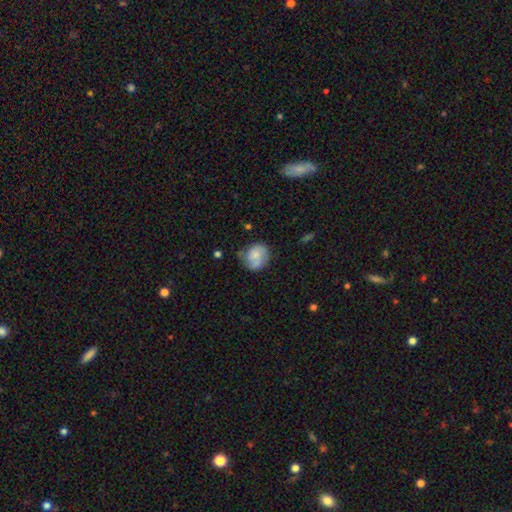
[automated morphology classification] Smooth or featured? Predicted: smooth (p=0.55). How rounded? Predicted: round (p=0.68). Merging? Predicted: none (p=0.61).